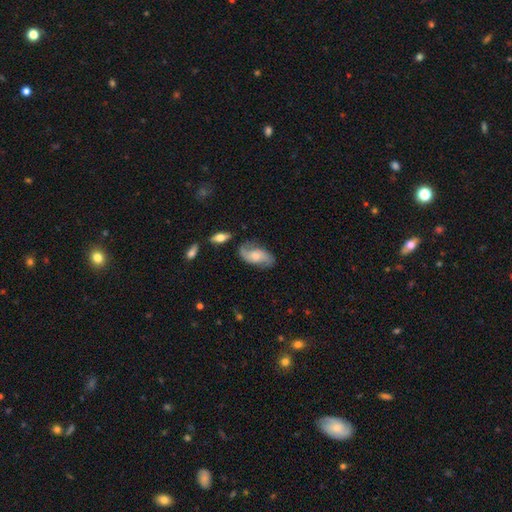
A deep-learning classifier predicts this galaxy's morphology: Smooth or featured?
  - featured or disk: 59% *
  - smooth: 34%
  - star or artifact: 7%
Edge-on disk?
  - no: 93% *
  - yes: 7%
Bar?
  - no: 61% *
  - weak: 32%
  - strong: 7%
Spiral arms?
  - yes: 91% *
  - no: 9%
Spiral winding?
  - loose: 54% *
  - medium: 33%
  - tight: 12%
Spiral arm count?
  - 2: 88% *
  - can't tell: 6%
  - 1: 3%
  - 3: 1%
  - 4: 1%
  - more than 4: 1%
Bulge size?
  - moderate: 43% *
  - small: 26%
  - large: 16%
  - none: 12%
  - dominant: 3%
Merging?
  - none: 71% *
  - minor disturbance: 19%
  - major disturbance: 7%
  - merger: 3%